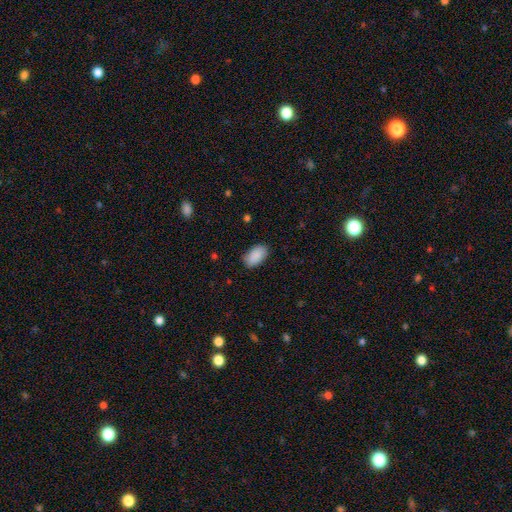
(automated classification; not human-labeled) A smooth galaxy with no disk features (90%) that is in between round and cigar-shaped (94%).

Vote fractions:
- Smooth or featured? smooth: 90% / star or artifact: 6% / featured or disk: 3%
- How rounded? in between: 94% / round: 4% / cigar-shaped: 2%
- Merging? none: 84% / minor disturbance: 12% / major disturbance: 3% / merger: 1%